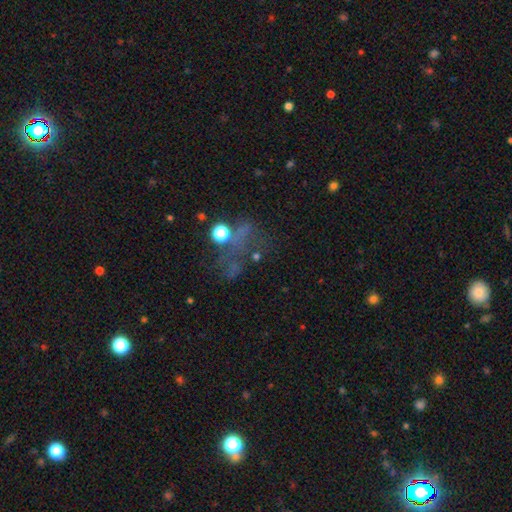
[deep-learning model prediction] Overall: star or artifact (45%; smooth 29%).